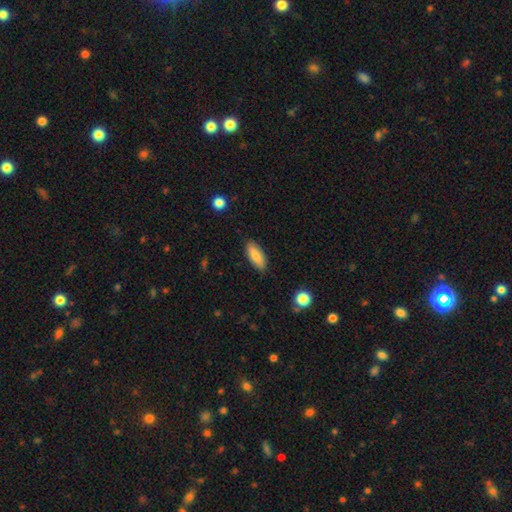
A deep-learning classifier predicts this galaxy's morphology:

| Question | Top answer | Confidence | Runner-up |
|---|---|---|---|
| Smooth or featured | smooth | 81% | featured or disk (13%) |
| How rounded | in between | 75% | cigar-shaped (23%) |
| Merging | none | 86% | minor disturbance (11%) |